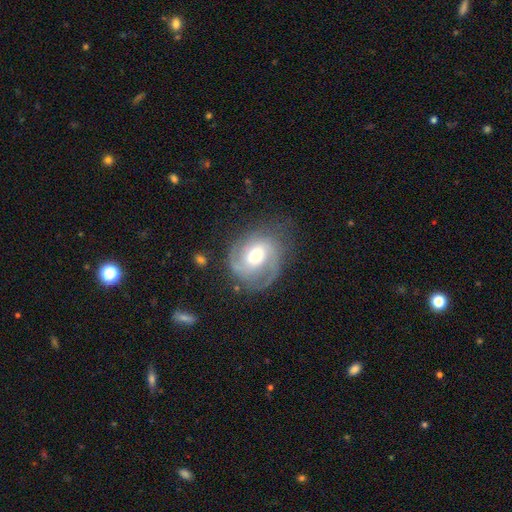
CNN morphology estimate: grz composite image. It shows a featured or disk galaxy (84%) with no bar (51%), 2 (55%) tight (45%) spiral arms (96%) and a moderate central bulge (61%). Merging: none (70%).